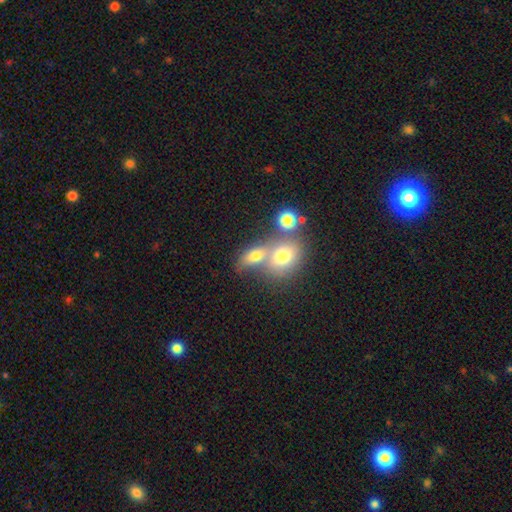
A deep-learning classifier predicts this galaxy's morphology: Smooth or featured? smooth (72%)
How rounded? in between (63%)
Merging? merger (50%)